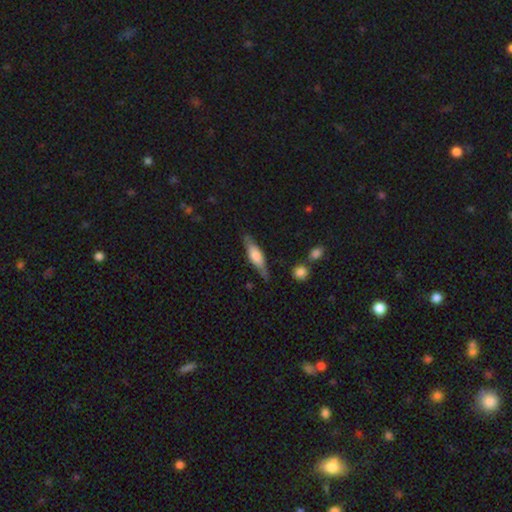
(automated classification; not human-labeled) smooth 50%, featured or disk 44%, star or artifact 6%. Down the decision tree: merging — none (77%).